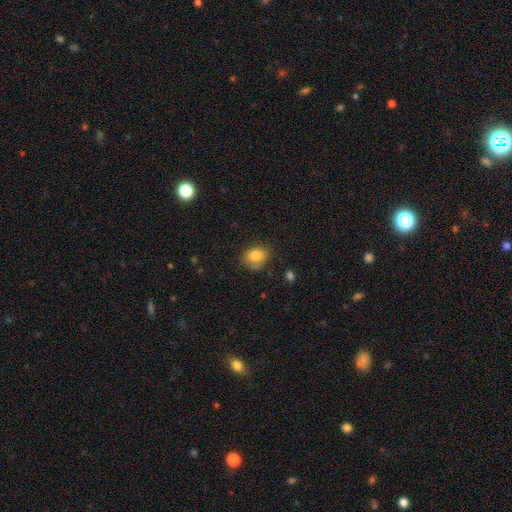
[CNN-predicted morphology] This is clearly a smooth galaxy (80%). How rounded: likely in between (68%). Merging: likely none (63%).